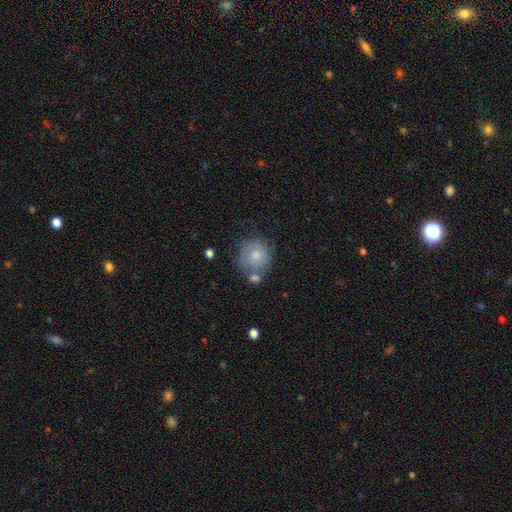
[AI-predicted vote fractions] Overall: smooth (70%). How rounded: round (87%). Merging: none (51%; minor disturbance 21%).